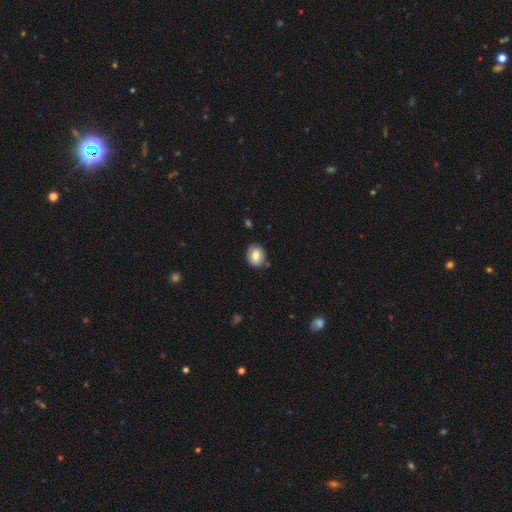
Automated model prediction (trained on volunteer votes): Q: Smooth or featured?
A: smooth (77%); runner-up: featured or disk (15%)
Q: How rounded?
A: round (61%); runner-up: in between (38%)
Q: Merging?
A: none (83%); runner-up: minor disturbance (12%)